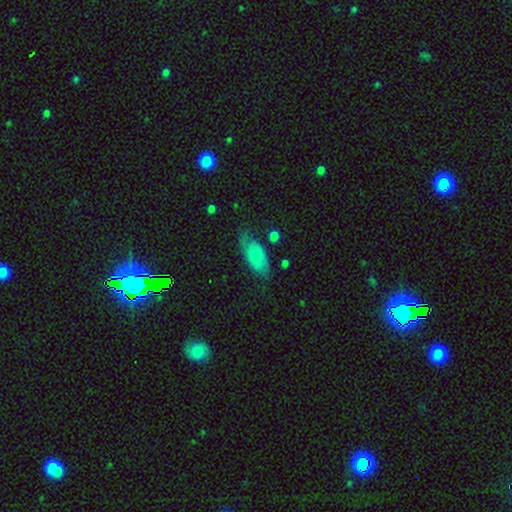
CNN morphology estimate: smooth_or_featured: smooth (p=0.60) [alt: featured or disk p=0.33]
how_rounded: in between (p=0.89) [alt: cigar-shaped p=0.07]
merging: none (p=0.55) [alt: minor disturbance p=0.30]